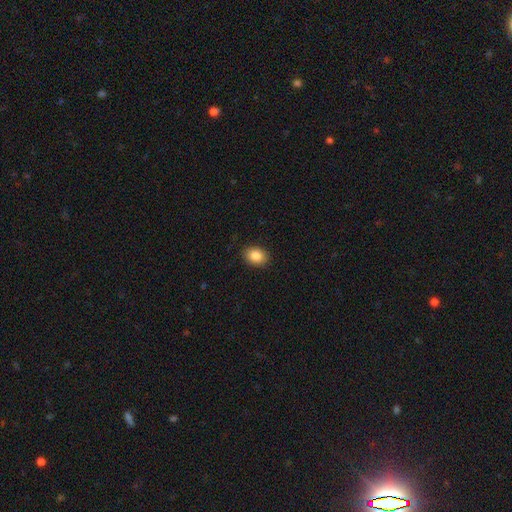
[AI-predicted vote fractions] Morphology: type=smooth (86%); roundness=in between (63%); merging=none (89%).